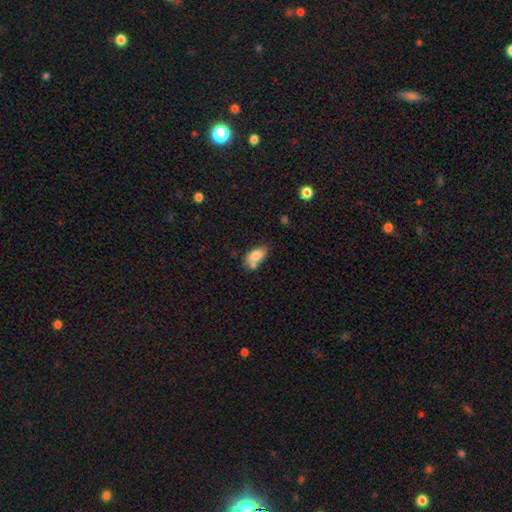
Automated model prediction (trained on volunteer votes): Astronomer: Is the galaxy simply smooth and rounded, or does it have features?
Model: smooth — 77%.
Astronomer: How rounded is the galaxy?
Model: in between — 88%.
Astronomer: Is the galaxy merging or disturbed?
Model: none — 51%.